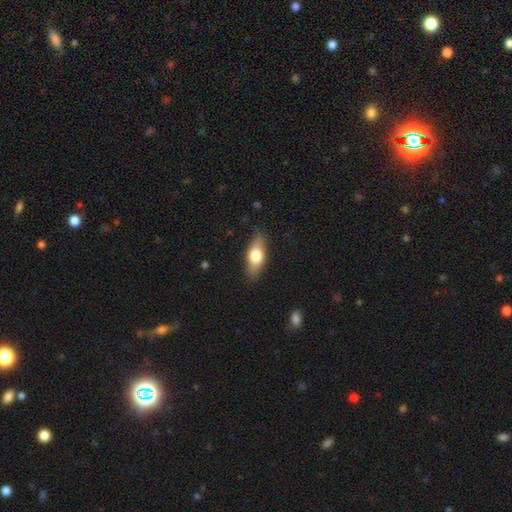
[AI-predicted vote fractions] This appears to be a smooth galaxy with no disk features (64%) that is in between round and cigar-shaped (75%). Merging: none (86%).